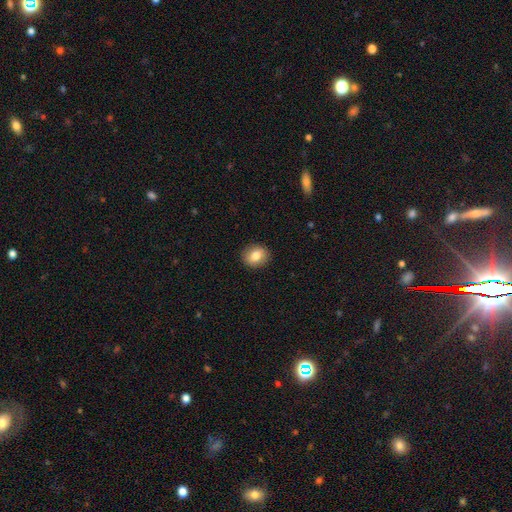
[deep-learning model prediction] Morphology: type=smooth (81%); roundness=round (65%); merging=none (90%).